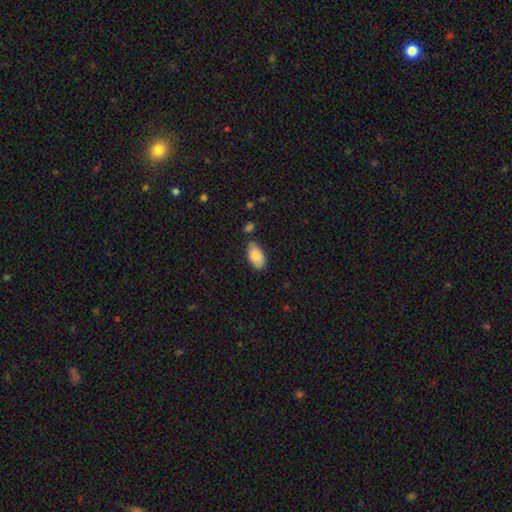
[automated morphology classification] smooth_or_featured: smooth (p=0.87) [alt: featured or disk p=0.07]
how_rounded: in between (p=0.94) [alt: round p=0.03]
merging: none (p=0.72) [alt: minor disturbance p=0.19]